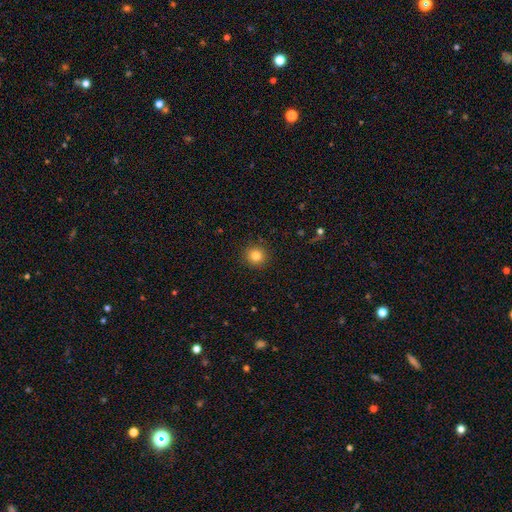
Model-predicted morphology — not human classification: Smooth or featured?
  - smooth: 83% *
  - star or artifact: 12%
  - featured or disk: 6%
How rounded?
  - round: 91% *
  - in between: 8%
  - cigar-shaped: 1%
Merging?
  - none: 91% *
  - minor disturbance: 6%
  - major disturbance: 2%
  - merger: 1%